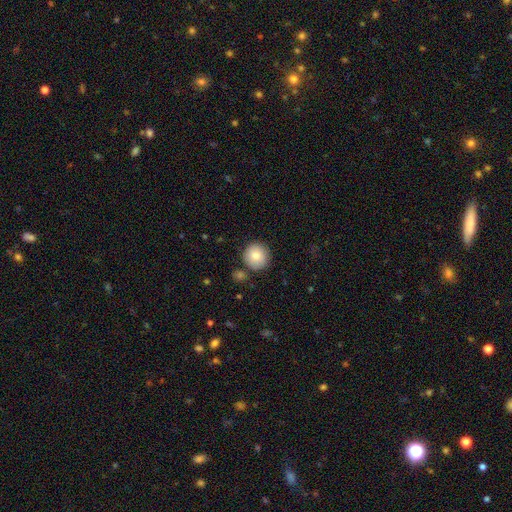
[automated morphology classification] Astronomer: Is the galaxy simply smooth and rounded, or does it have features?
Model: smooth — 85%.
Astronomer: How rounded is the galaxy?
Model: round — 94%.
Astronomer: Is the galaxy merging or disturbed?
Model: none — 85%.